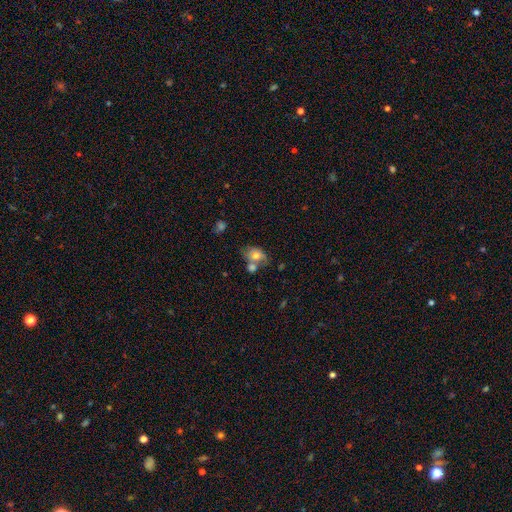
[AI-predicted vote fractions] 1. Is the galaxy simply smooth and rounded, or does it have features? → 65% smooth, 26% featured or disk, 9% star or artifact.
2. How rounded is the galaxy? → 69% in between, 29% round, 2% cigar-shaped.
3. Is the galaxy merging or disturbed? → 39% merger, 34% none, 17% minor disturbance, 9% major disturbance.